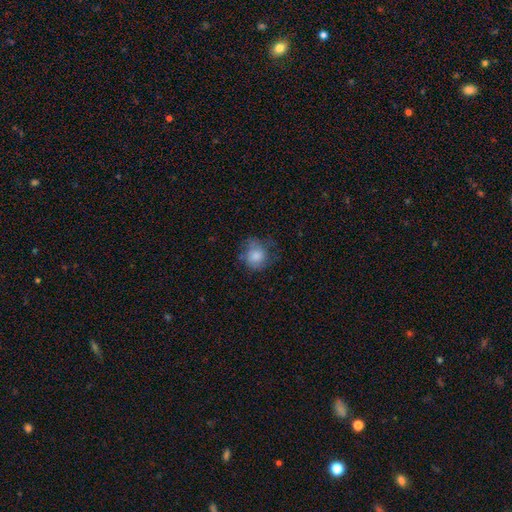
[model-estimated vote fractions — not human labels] A smooth galaxy with no disk features (75%) that is round (78%). Merging: none (54%).